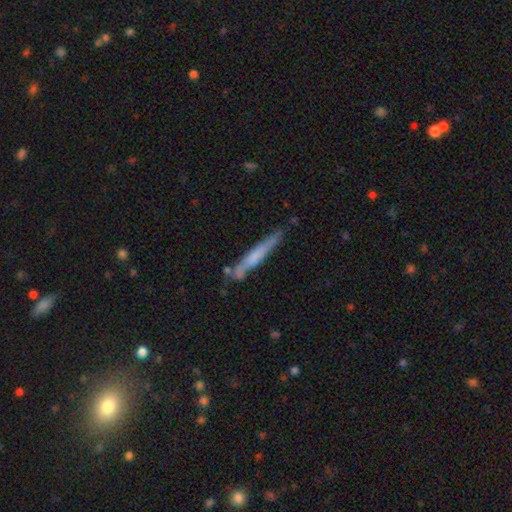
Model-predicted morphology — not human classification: Smooth or featured? smooth (53%)
How rounded? cigar-shaped (95%)
Merging? none (67%)